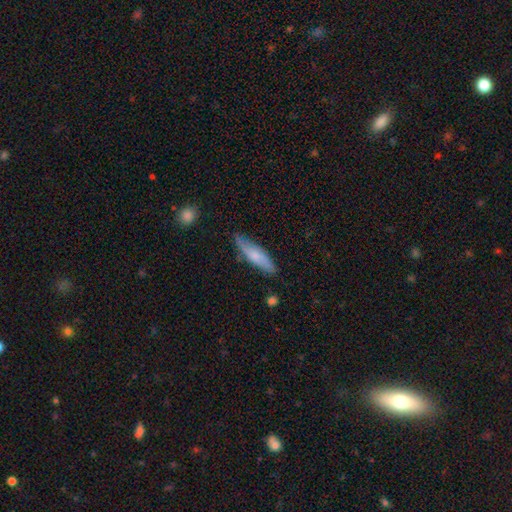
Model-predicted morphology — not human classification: smooth 63%, featured or disk 31%, star or artifact 6%. Down the decision tree: how rounded — cigar-shaped (72%); merging — none (78%).